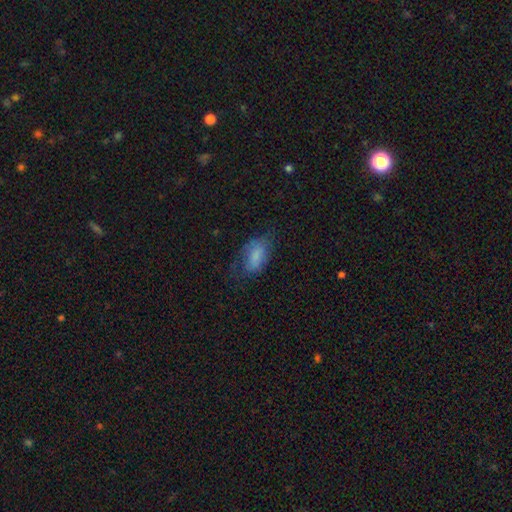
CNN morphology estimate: smooth-or-featured: smooth: 73% | featured or disk: 19% | star or artifact: 9%
  how-rounded: in between: 91% | round: 6% | cigar-shaped: 3%
  merging: none: 49% | minor disturbance: 29% | major disturbance: 21% | merger: 2%